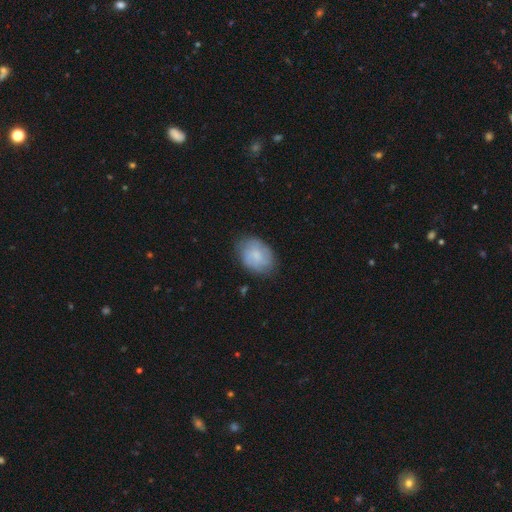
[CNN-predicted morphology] This is likely a smooth galaxy (65%). How rounded: likely in between (73%). Merging: likely none (72%).